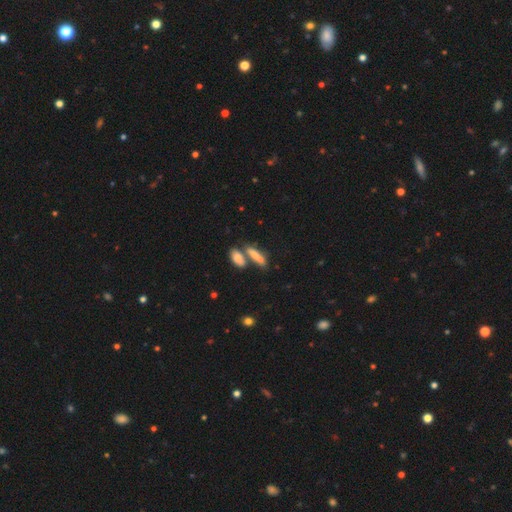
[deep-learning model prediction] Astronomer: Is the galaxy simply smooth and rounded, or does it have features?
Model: smooth — 72%.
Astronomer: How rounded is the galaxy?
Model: cigar-shaped — 51% (runner-up: in between, 45%).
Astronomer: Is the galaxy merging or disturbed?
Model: none — 44% (runner-up: merger, 41%).